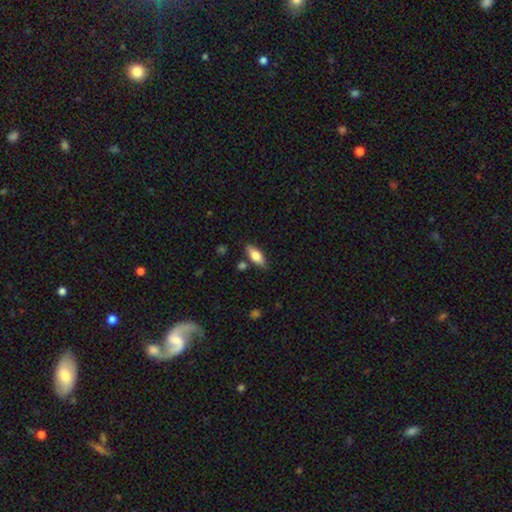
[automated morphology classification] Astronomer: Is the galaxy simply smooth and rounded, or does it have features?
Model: smooth — 74%.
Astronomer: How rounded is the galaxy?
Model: in between — 79%.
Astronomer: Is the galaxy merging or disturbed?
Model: none — 81%.